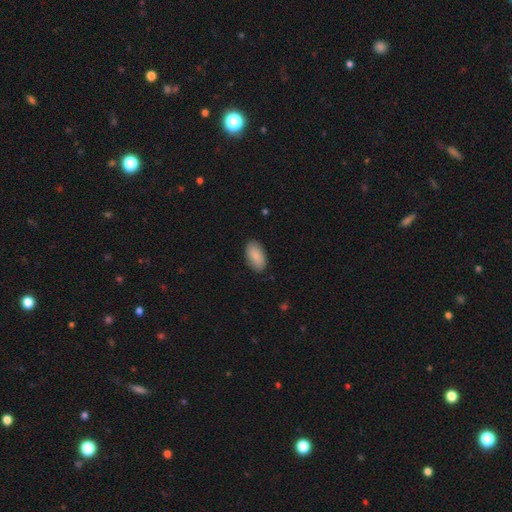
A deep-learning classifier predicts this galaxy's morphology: A smooth galaxy with no disk features (87%) that is in between round and cigar-shaped (94%). Merging: none (87%).